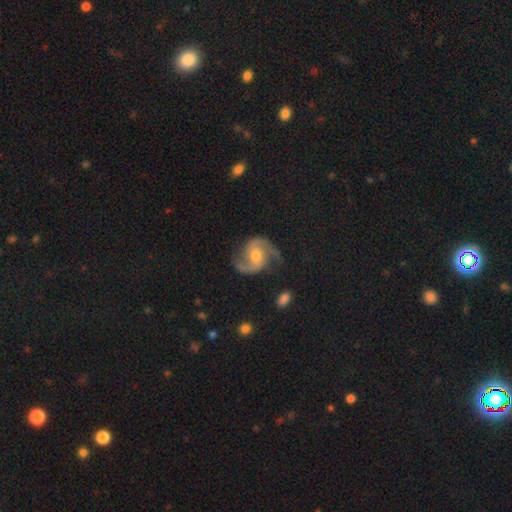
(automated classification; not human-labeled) This appears to be a featured or disk galaxy (89%) with no bar (44%), 2 (93%) medium (56%) spiral arms (98%) and a moderate central bulge (66%). Merging: none (76%).